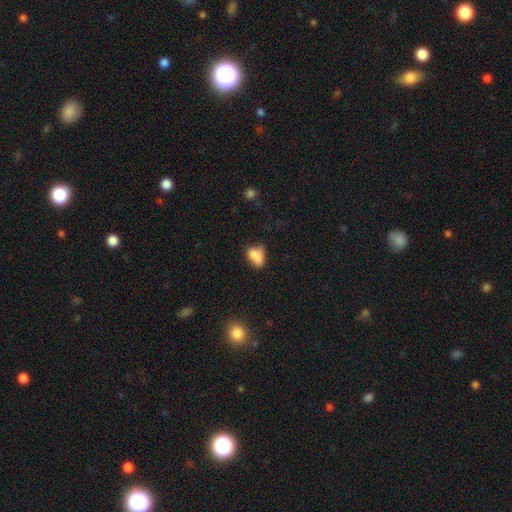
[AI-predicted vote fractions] smooth-or-featured: smooth: 74% | featured or disk: 15% | star or artifact: 11%
  how-rounded: in between: 79% | round: 17% | cigar-shaped: 4%
  merging: none: 32% | merger: 29% | minor disturbance: 25% | major disturbance: 14%